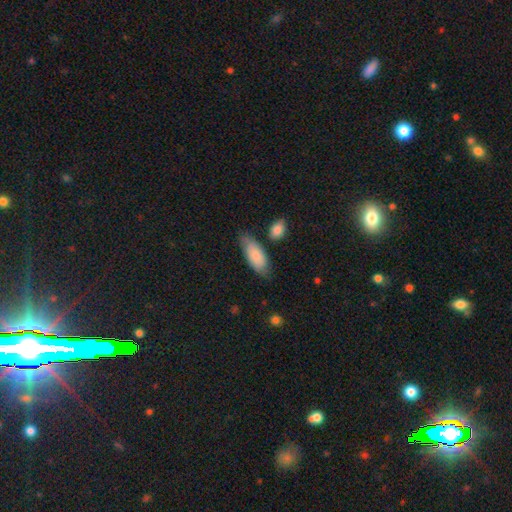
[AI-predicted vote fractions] Smooth or featured: smooth — 76% (featured or disk — 18%)
How rounded: in between — 84% (cigar-shaped — 13%)
Merging: none — 66% (minor disturbance — 23%)